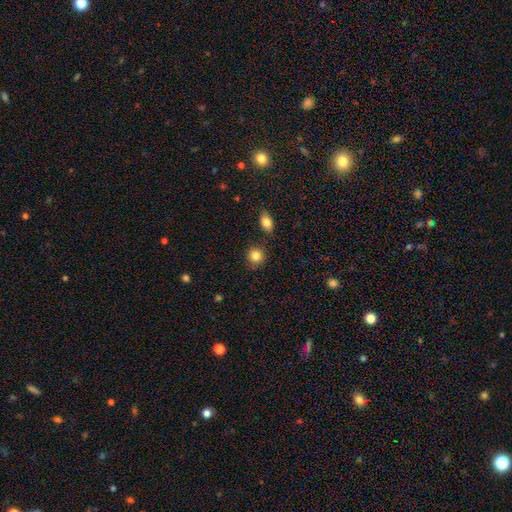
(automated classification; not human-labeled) A smooth galaxy with no disk features (85%) that is round (88%).

Vote fractions:
- Smooth or featured? smooth: 85% / star or artifact: 10% / featured or disk: 5%
- How rounded? round: 88% / in between: 11% / cigar-shaped: 1%
- Merging? none: 84% / minor disturbance: 9% / merger: 5% / major disturbance: 2%